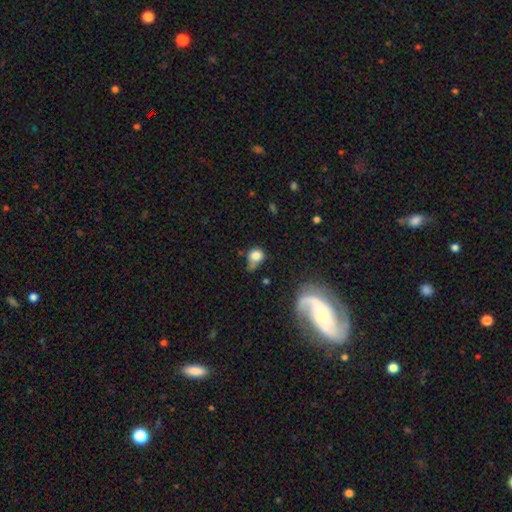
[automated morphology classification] type=smooth (76%); roundness=round (58%); merging=minor disturbance (32%).